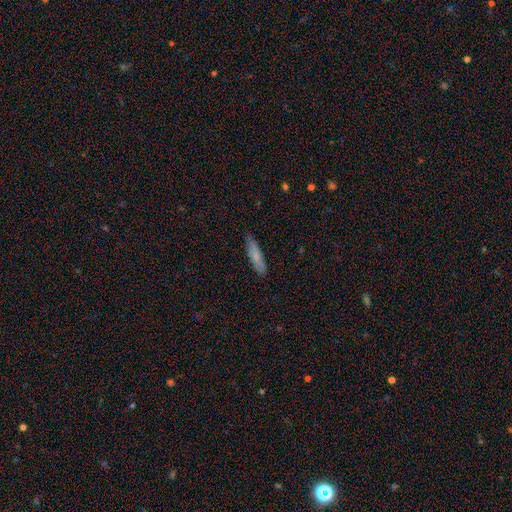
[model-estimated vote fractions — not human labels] Smooth or featured? Predicted: smooth (p=0.72). How rounded? Predicted: cigar-shaped (p=0.70). Merging? Predicted: none (p=0.80).